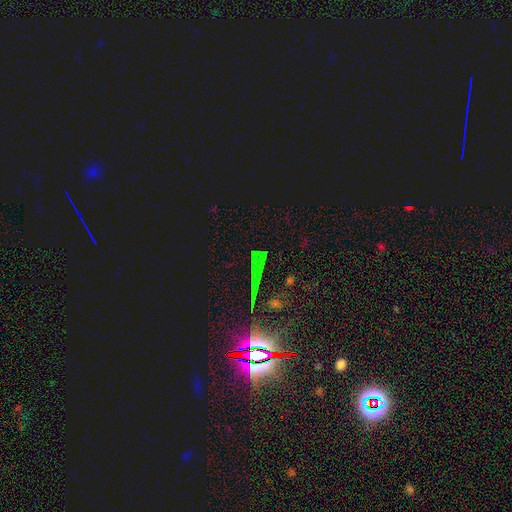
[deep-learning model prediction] Smooth or featured? star or artifact (81%)